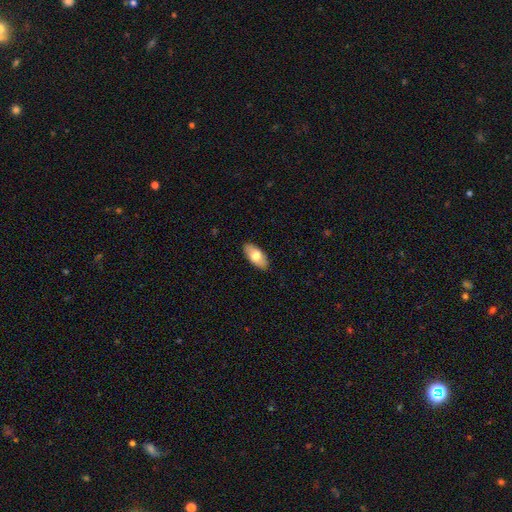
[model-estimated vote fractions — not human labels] This is likely a smooth galaxy (73%). How rounded: clearly in between (91%). Merging: clearly none (89%).